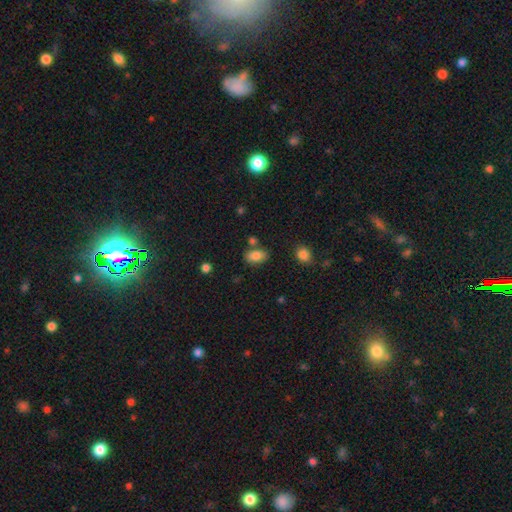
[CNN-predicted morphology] Q: Smooth or featured?
A: smooth (83%); runner-up: star or artifact (9%)
Q: How rounded?
A: in between (88%); runner-up: round (10%)
Q: Merging?
A: none (70%); runner-up: minor disturbance (15%)